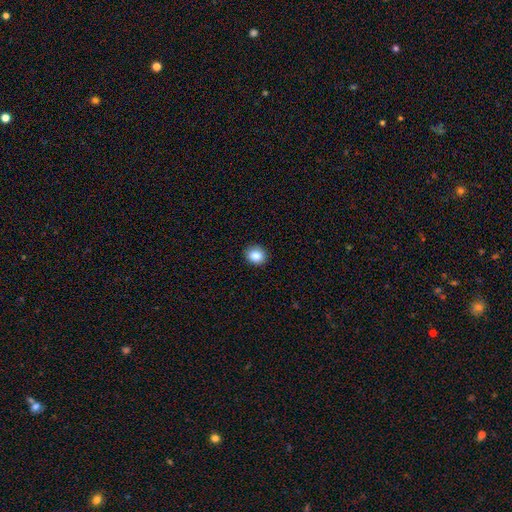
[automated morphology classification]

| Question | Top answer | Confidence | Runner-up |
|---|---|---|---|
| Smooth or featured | smooth | 86% | star or artifact (10%) |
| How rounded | round | 78% | in between (21%) |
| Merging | none | 91% | minor disturbance (7%) |